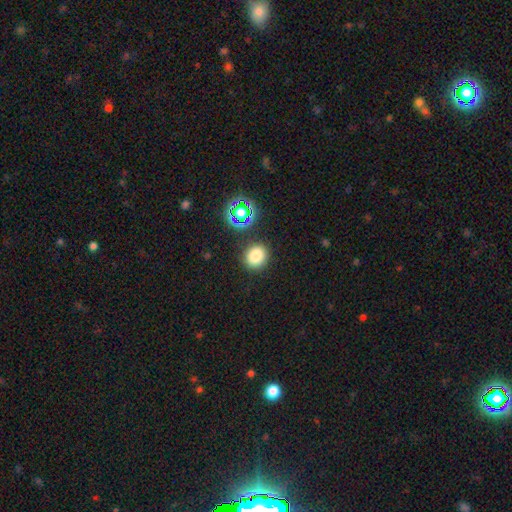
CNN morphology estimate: smooth-or-featured: smooth: 79% | star or artifact: 16% | featured or disk: 6%
  how-rounded: round: 70% | in between: 29% | cigar-shaped: 1%
  merging: none: 86% | minor disturbance: 8% | merger: 3% | major disturbance: 3%